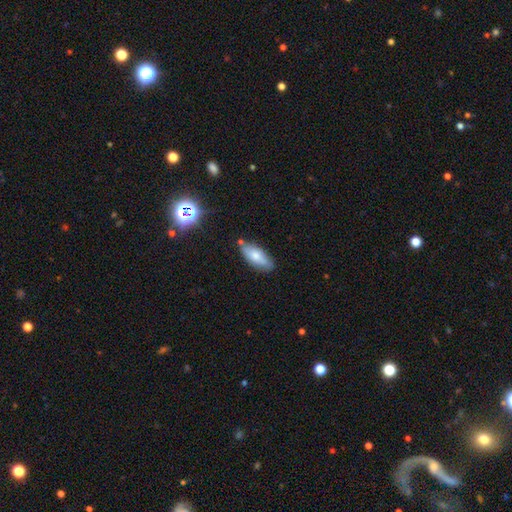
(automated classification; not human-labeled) Overall: smooth (70%). How rounded: in between (76%). Merging: none (72%).